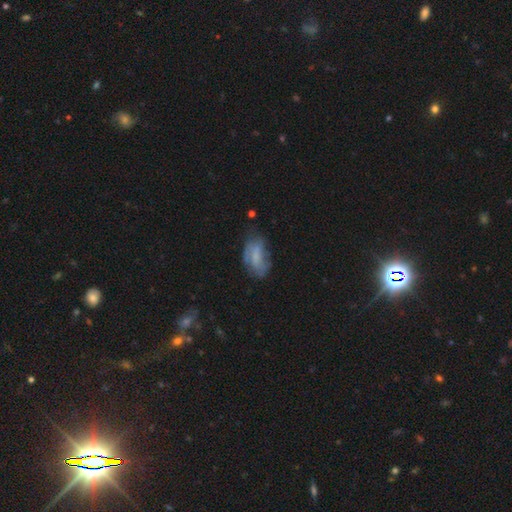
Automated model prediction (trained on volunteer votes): This is possibly a smooth galaxy (50%). How rounded: clearly in between (89%). Merging: possibly none (52%).